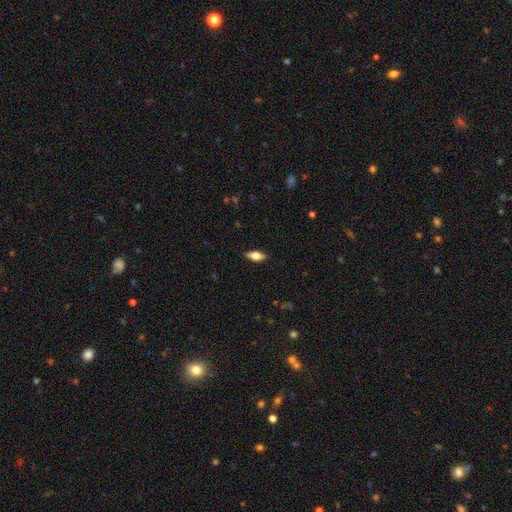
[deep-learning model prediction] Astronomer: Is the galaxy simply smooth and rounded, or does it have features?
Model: smooth — 64%.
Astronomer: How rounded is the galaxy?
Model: in between — 76%.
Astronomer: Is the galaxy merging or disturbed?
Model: none — 87%.